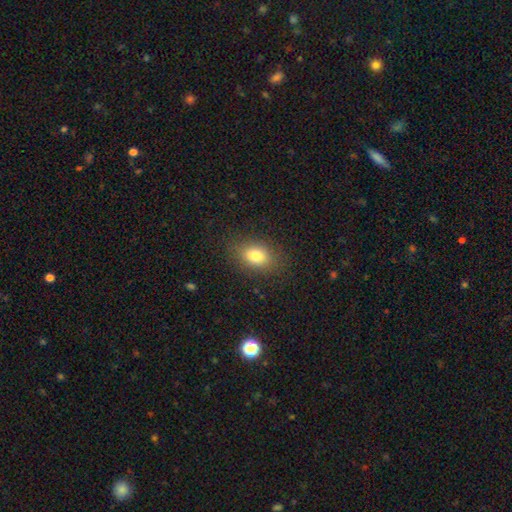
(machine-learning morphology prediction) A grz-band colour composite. It shows a smooth galaxy with no disk features (80%) that is in between round and cigar-shaped (79%). Merging: none (84%).